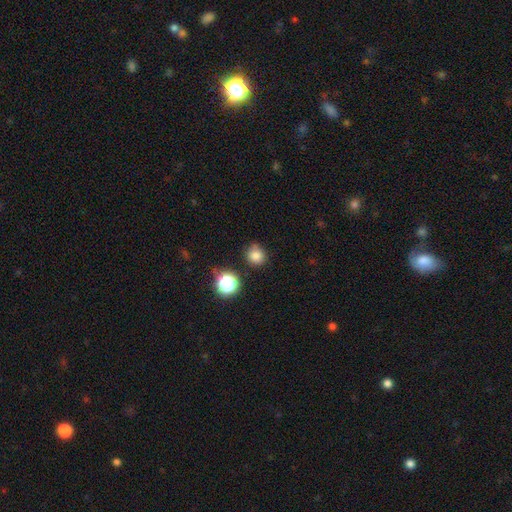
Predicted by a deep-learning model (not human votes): The model was most divided on "merging": none: 79%, minor disturbance: 14%, major disturbance: 3%, merger: 3%. More confident: how rounded — round (86%); smooth or featured — smooth (80%).